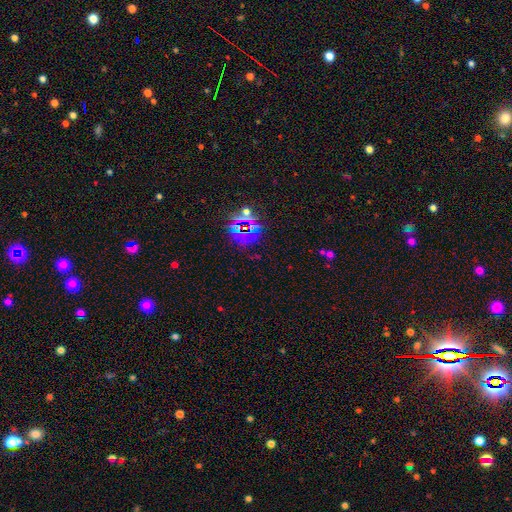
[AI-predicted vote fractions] smooth-or-featured: star or artifact: 73% | smooth: 18% | featured or disk: 8%